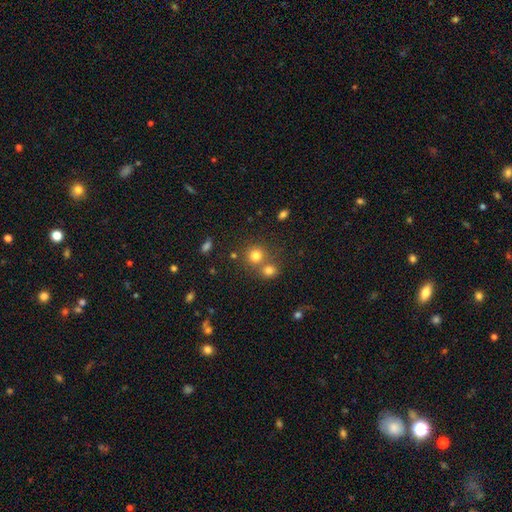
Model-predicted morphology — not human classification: Q: Smooth or featured?
A: smooth (76%); runner-up: star or artifact (15%)
Q: How rounded?
A: round (88%); runner-up: in between (11%)
Q: Merging?
A: none (57%); runner-up: merger (33%)